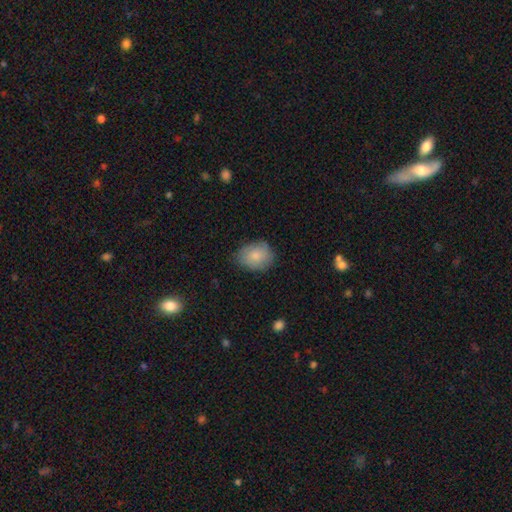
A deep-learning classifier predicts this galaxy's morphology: Smooth or featured? Predicted: smooth (p=0.82). How rounded? Predicted: in between (p=0.64). Merging? Predicted: none (p=0.72).